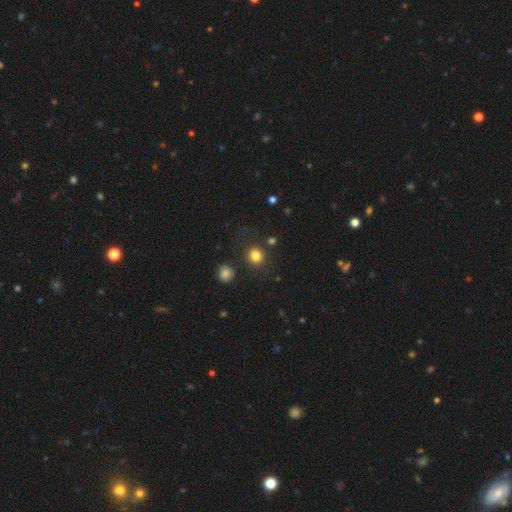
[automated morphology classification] Smooth or featured: smooth — 82% (star or artifact — 13%)
How rounded: round — 90% (in between — 9%)
Merging: none — 84% (minor disturbance — 8%)